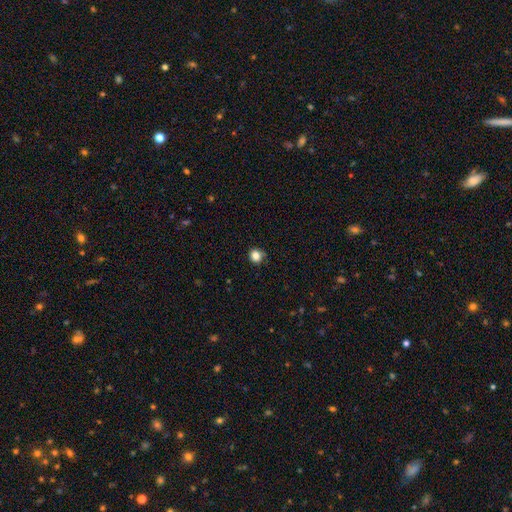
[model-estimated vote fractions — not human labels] smooth 83%, star or artifact 12%, featured or disk 5%. Down the decision tree: how rounded — round (88%); merging — none (79%).